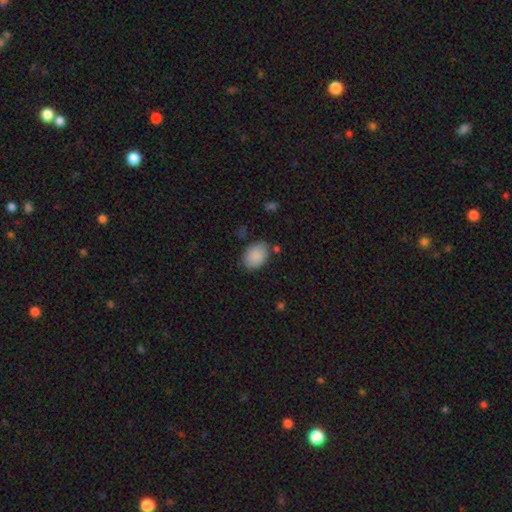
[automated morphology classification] A smooth galaxy with no disk features (89%) that is in between round and cigar-shaped (79%).

Vote fractions:
- Smooth or featured? smooth: 89% / star or artifact: 7% / featured or disk: 4%
- How rounded? in between: 79% / round: 20% / cigar-shaped: 1%
- Merging? none: 77% / minor disturbance: 15% / merger: 4% / major disturbance: 4%